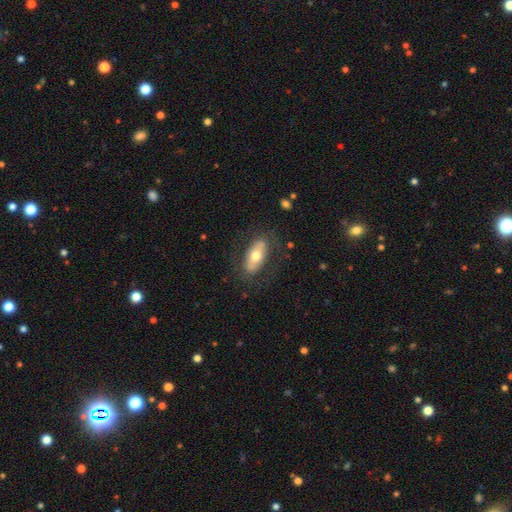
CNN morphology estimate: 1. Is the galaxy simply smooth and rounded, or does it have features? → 58% smooth, 36% featured or disk, 6% star or artifact.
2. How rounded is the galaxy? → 87% in between, 9% cigar-shaped, 4% round.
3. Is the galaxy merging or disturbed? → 76% none, 14% minor disturbance, 8% major disturbance, 1% merger.